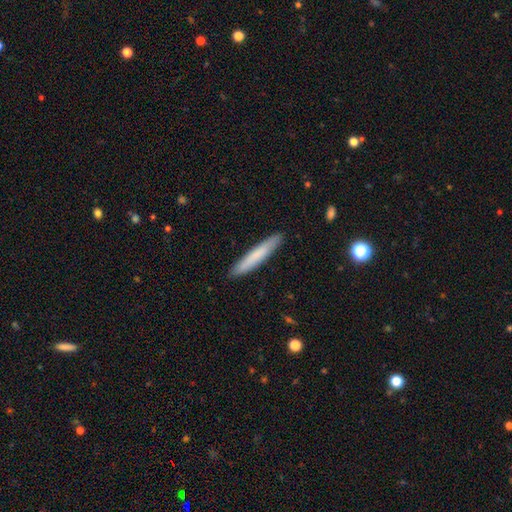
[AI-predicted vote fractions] This is likely a smooth galaxy (75%). How rounded: clearly cigar-shaped (94%). Merging: clearly none (91%).